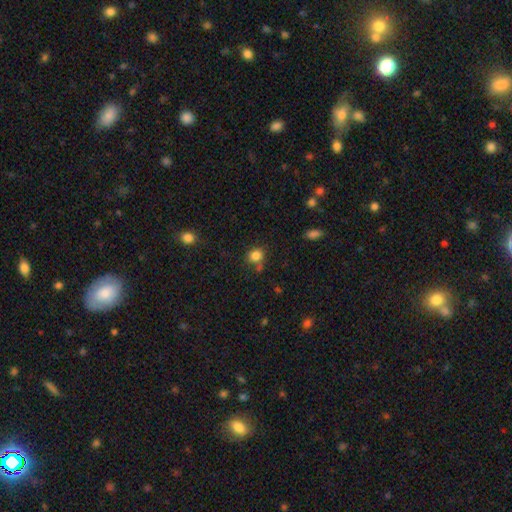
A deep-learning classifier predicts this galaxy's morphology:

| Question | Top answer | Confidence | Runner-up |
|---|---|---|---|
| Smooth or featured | smooth | 83% | star or artifact (12%) |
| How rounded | round | 73% | in between (26%) |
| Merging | none | 67% | minor disturbance (16%) |